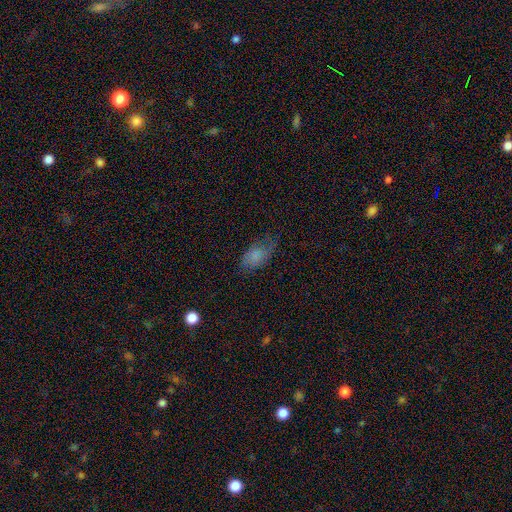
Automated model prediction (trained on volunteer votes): This is likely a smooth galaxy (64%). How rounded: clearly in between (91%). Merging: possibly none (56%).